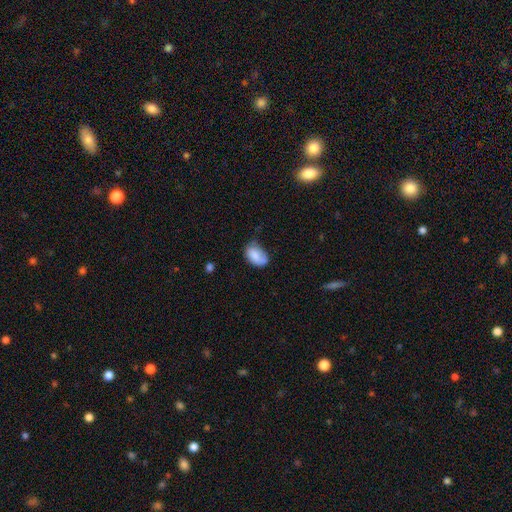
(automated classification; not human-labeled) smooth 81%, featured or disk 12%, star or artifact 7%. Down the decision tree: how rounded — in between (88%); merging — none (50%).